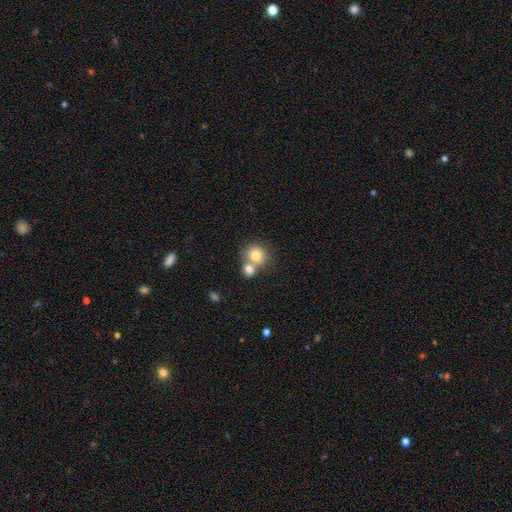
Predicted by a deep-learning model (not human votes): Smooth or featured? Predicted: smooth (p=0.78). How rounded? Predicted: round (p=0.79). Merging? Predicted: merger (p=0.53).